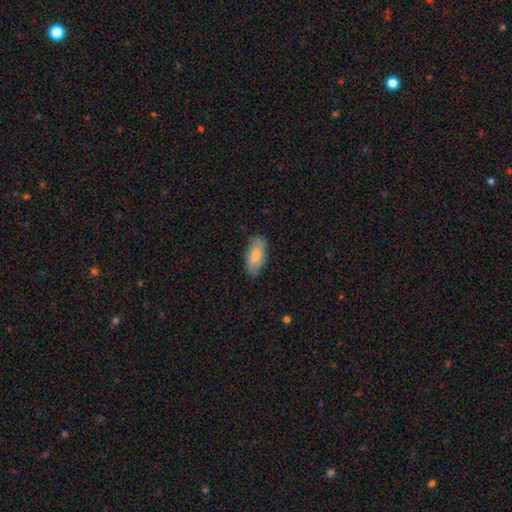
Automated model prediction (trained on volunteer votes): smooth 77%, featured or disk 17%, star or artifact 6%. Down the decision tree: how rounded — in between (90%); merging — none (77%).